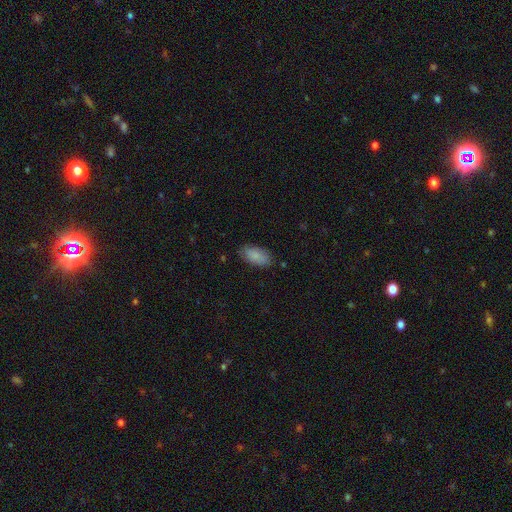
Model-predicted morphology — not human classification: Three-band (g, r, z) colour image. It shows a smooth galaxy with no disk features (87%) that is in between round and cigar-shaped (93%). Merging: none (81%).